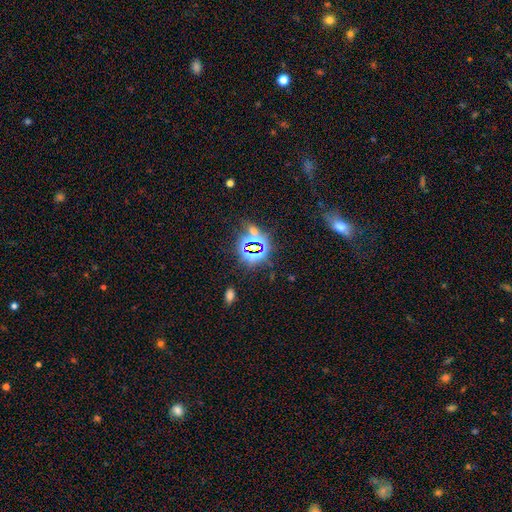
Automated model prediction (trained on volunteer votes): smooth-or-featured: star or artifact: 76% | smooth: 16% | featured or disk: 8%